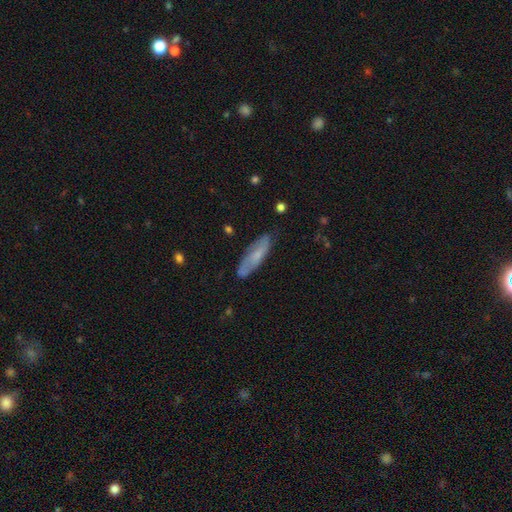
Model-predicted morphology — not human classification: type=smooth (51%); roundness=cigar-shaped (58%); merging=none (80%).